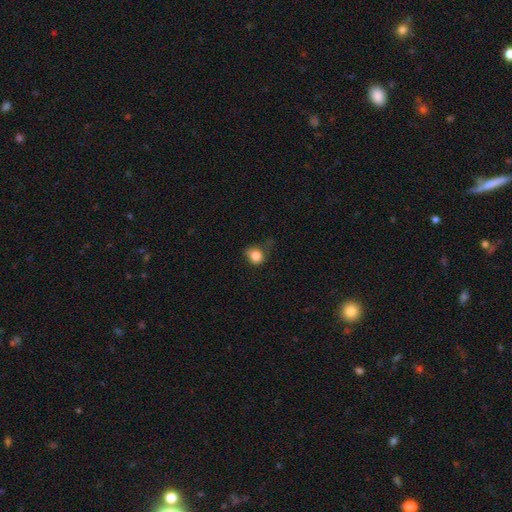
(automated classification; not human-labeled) smooth-or-featured: smooth: 83% | star or artifact: 11% | featured or disk: 6%
  how-rounded: round: 77% | in between: 22% | cigar-shaped: 1%
  merging: none: 57% | minor disturbance: 30% | major disturbance: 11% | merger: 2%